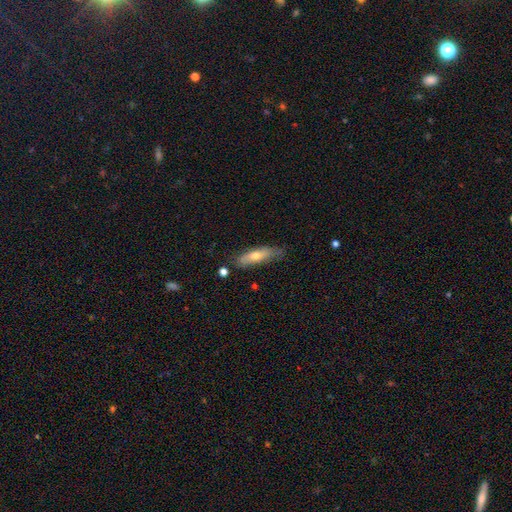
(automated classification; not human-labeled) smooth-or-featured: smooth: 54% | featured or disk: 39% | star or artifact: 7%
  how-rounded: cigar-shaped: 66% | in between: 32% | round: 2%
  merging: none: 73% | minor disturbance: 21% | major disturbance: 4% | merger: 3%